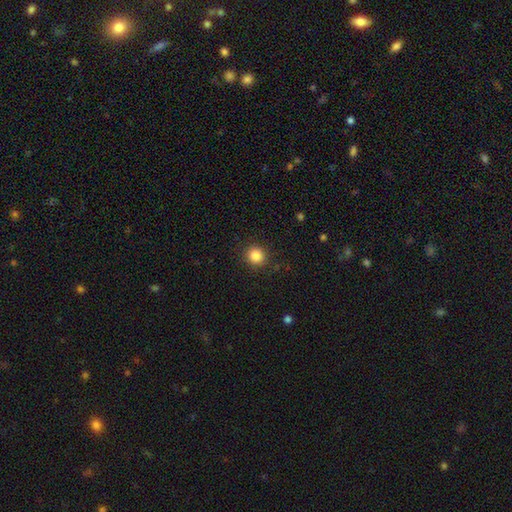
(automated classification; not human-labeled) Smooth or featured: smooth — 85% (star or artifact — 11%)
How rounded: round — 90% (in between — 9%)
Merging: none — 90% (minor disturbance — 7%)